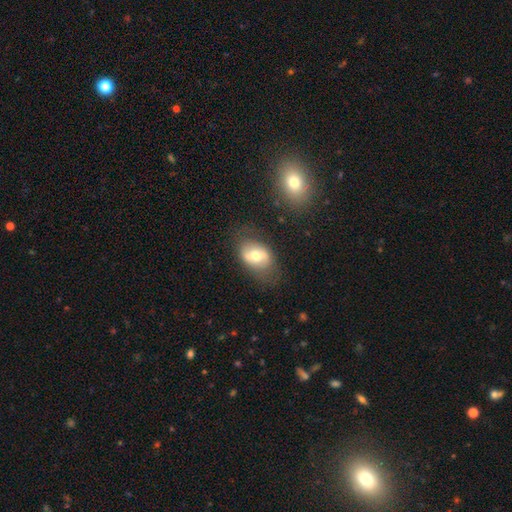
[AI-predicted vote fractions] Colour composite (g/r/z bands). It shows a smooth galaxy with no disk features (53%) that is in between round and cigar-shaped (81%). Merging: none (69%).